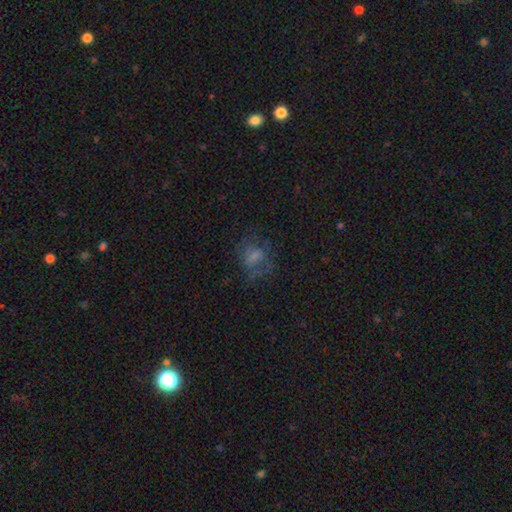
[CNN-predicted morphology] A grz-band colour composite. It shows a smooth galaxy with no disk features (46%). Merging: none (52%).